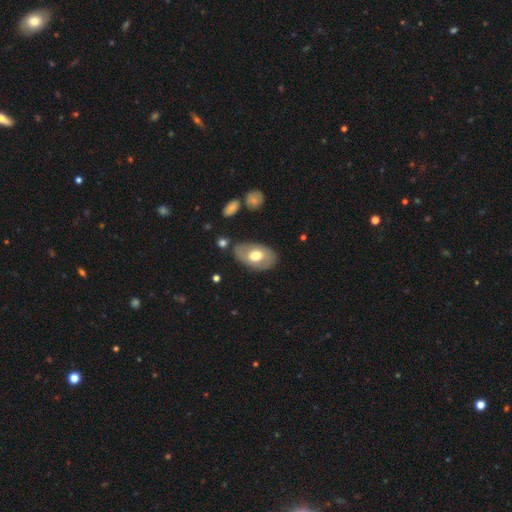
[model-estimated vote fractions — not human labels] Smooth or featured: smooth — 55% (featured or disk — 40%)
How rounded: in between — 90% (round — 9%)
Merging: none — 75% (minor disturbance — 17%)